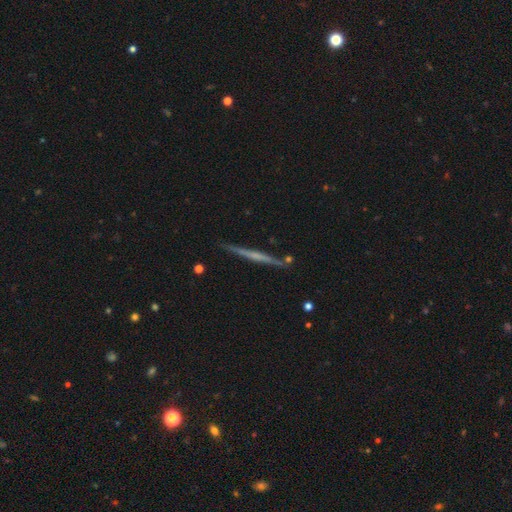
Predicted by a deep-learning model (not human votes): featured or disk 66%, smooth 27%, star or artifact 6%. Down the decision tree: edge-on disk — yes (98%); edge-on bulge — none (63%); merging — none (87%).